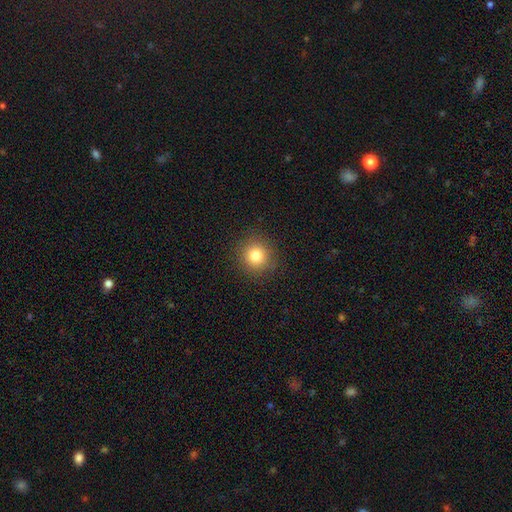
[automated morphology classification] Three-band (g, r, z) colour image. It shows a smooth galaxy with no disk features (82%) that is round (92%). Merging: none (90%).